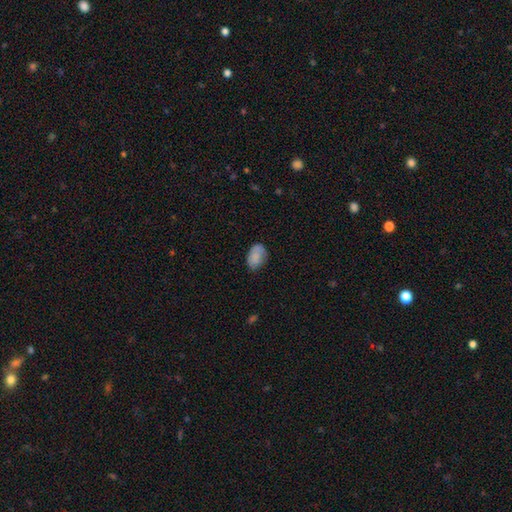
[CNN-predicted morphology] Smooth or featured?
  - smooth: 80% *
  - featured or disk: 13%
  - star or artifact: 8%
How rounded?
  - in between: 86% *
  - round: 13%
  - cigar-shaped: 1%
Merging?
  - none: 70% *
  - minor disturbance: 23%
  - major disturbance: 5%
  - merger: 2%